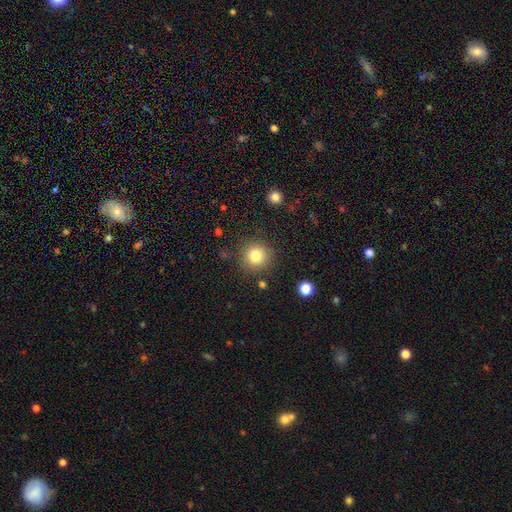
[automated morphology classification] A smooth galaxy with no disk features (81%) that is round (94%). Merging: none (87%).